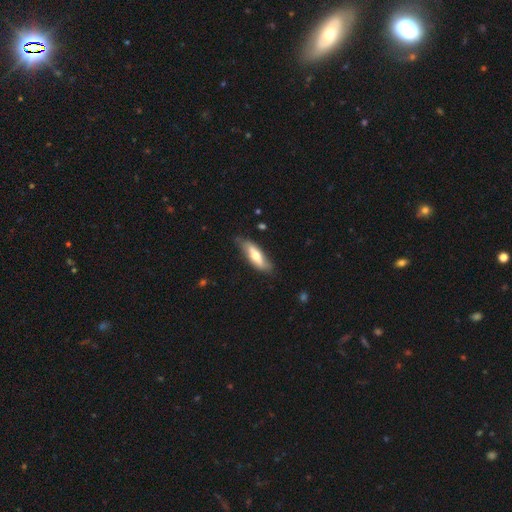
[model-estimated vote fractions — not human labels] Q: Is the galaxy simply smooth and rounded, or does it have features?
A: smooth — 53%.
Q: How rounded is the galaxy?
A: in between — 51%.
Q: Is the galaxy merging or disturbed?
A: none — 76%.